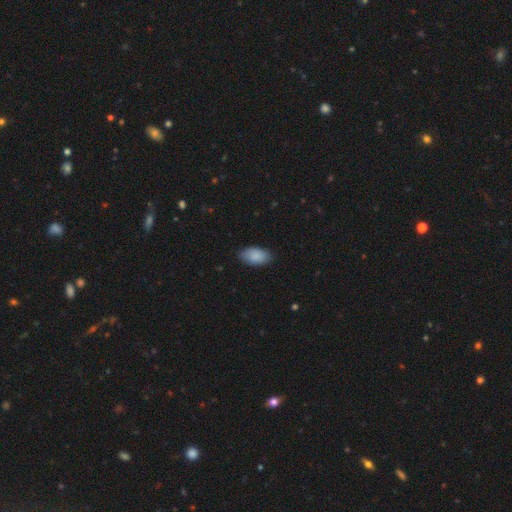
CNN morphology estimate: A smooth galaxy with no disk features (89%) that is in between round and cigar-shaped (94%).

Vote fractions:
- Smooth or featured? smooth: 89% / star or artifact: 6% / featured or disk: 5%
- How rounded? in between: 94% / round: 3% / cigar-shaped: 2%
- Merging? none: 85% / minor disturbance: 12% / major disturbance: 2% / merger: 1%